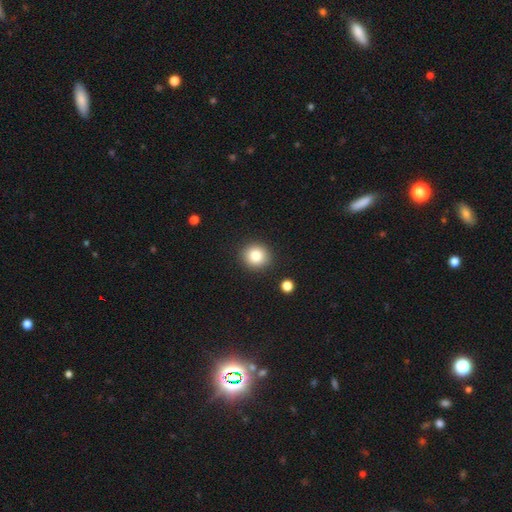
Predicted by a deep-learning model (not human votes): Smooth or featured?
  - smooth: 83% *
  - star or artifact: 10%
  - featured or disk: 7%
How rounded?
  - round: 88% *
  - in between: 11%
  - cigar-shaped: 1%
Merging?
  - none: 89% *
  - minor disturbance: 7%
  - major disturbance: 2%
  - merger: 2%